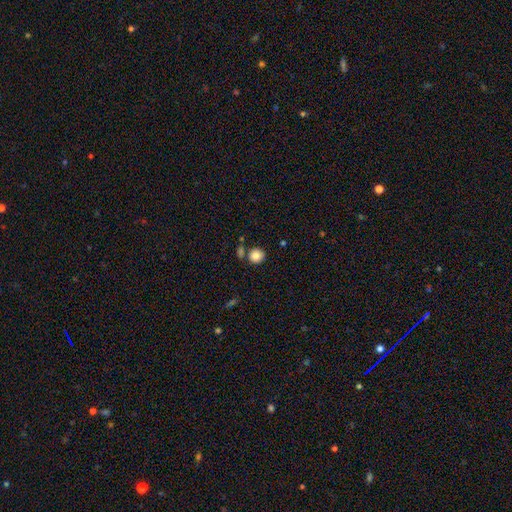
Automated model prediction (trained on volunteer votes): A smooth galaxy with no disk features (83%) that is round (88%). Merging: none (77%).